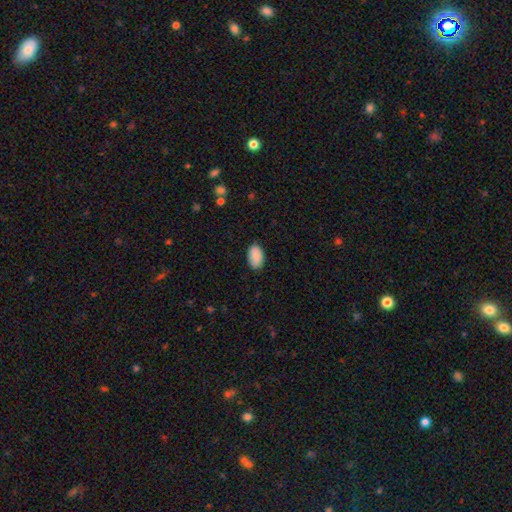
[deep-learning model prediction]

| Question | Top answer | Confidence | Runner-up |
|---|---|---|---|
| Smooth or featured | smooth | 89% | star or artifact (6%) |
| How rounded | in between | 93% | round (6%) |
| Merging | none | 85% | minor disturbance (12%) |